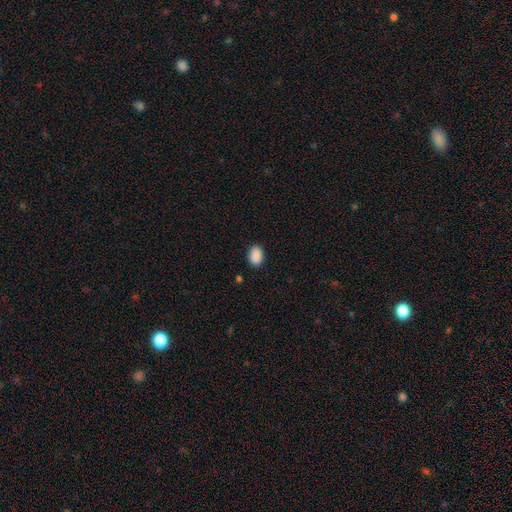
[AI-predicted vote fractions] Morphology: type=smooth (90%); roundness=in between (79%); merging=none (88%).